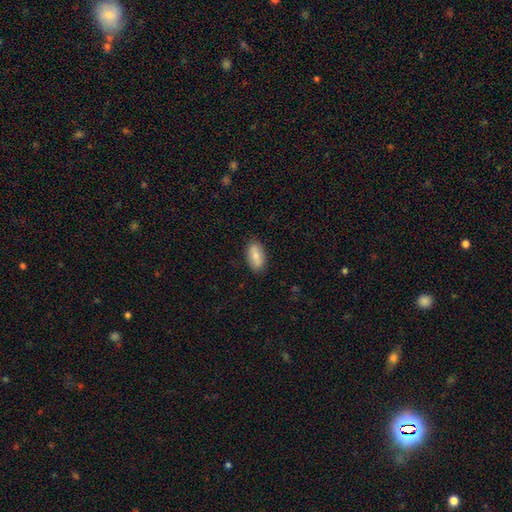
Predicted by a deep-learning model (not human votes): A smooth galaxy with no disk features (79%) that is in between round and cigar-shaped (90%). Merging: none (86%).